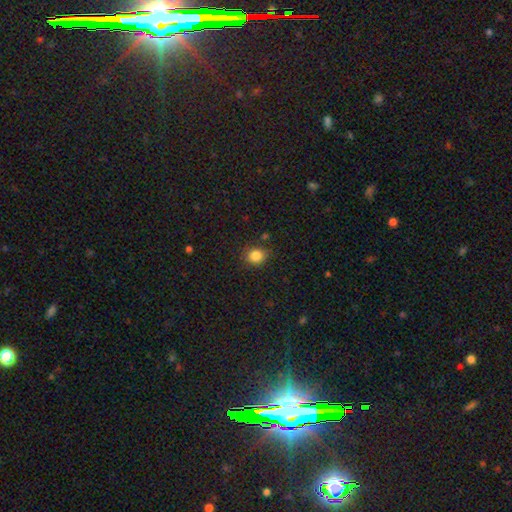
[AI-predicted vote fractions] Q: Smooth or featured?
A: smooth (84%); runner-up: star or artifact (11%)
Q: How rounded?
A: round (74%); runner-up: in between (25%)
Q: Merging?
A: none (84%); runner-up: minor disturbance (11%)